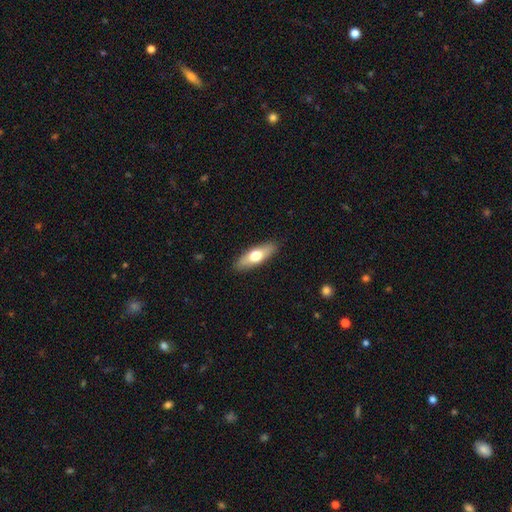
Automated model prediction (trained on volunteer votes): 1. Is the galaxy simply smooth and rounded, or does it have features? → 62% smooth, 33% featured or disk, 5% star or artifact.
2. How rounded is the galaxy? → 54% in between, 43% cigar-shaped, 3% round.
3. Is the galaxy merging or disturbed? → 89% none, 8% minor disturbance, 2% major disturbance, 1% merger.